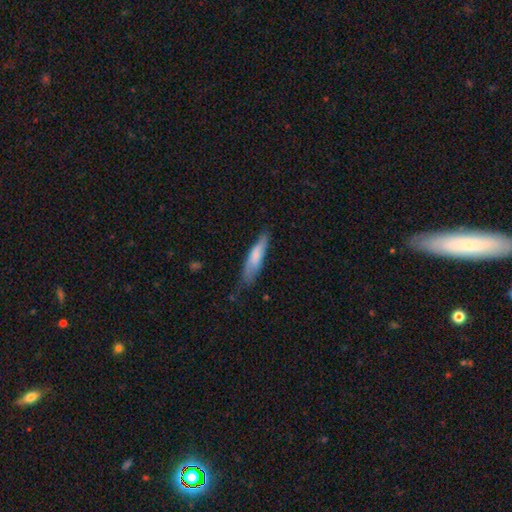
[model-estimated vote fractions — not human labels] smooth_or_featured: smooth (p=0.70) [alt: featured or disk p=0.24]
how_rounded: cigar-shaped (p=0.74) [alt: in between p=0.24]
merging: none (p=0.67) [alt: minor disturbance p=0.26]